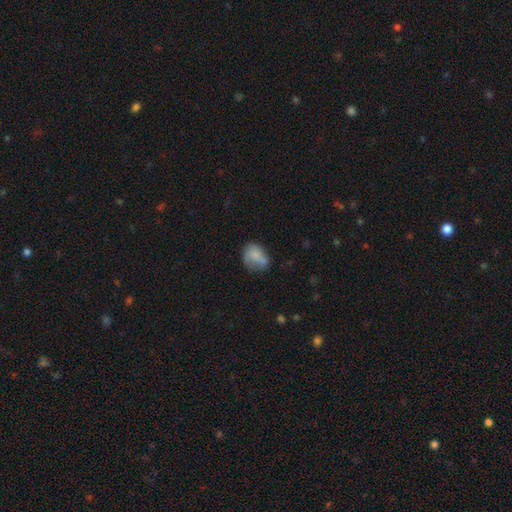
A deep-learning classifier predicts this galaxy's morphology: smooth-or-featured: smooth: 73% | featured or disk: 17% | star or artifact: 10%
  how-rounded: in between: 62% | round: 36% | cigar-shaped: 2%
  merging: none: 43% | minor disturbance: 30% | major disturbance: 15% | merger: 11%